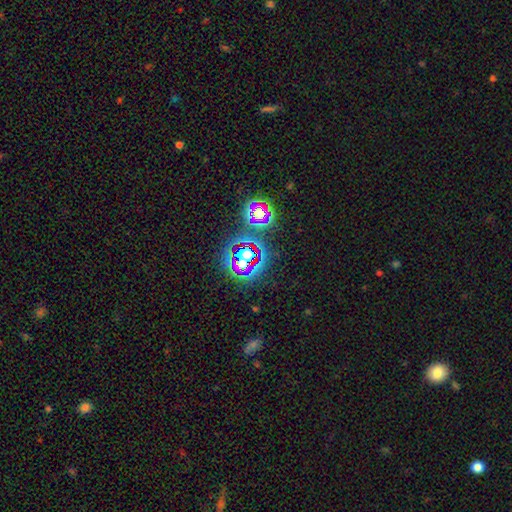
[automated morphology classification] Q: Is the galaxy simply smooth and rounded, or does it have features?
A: star or artifact — 69%.